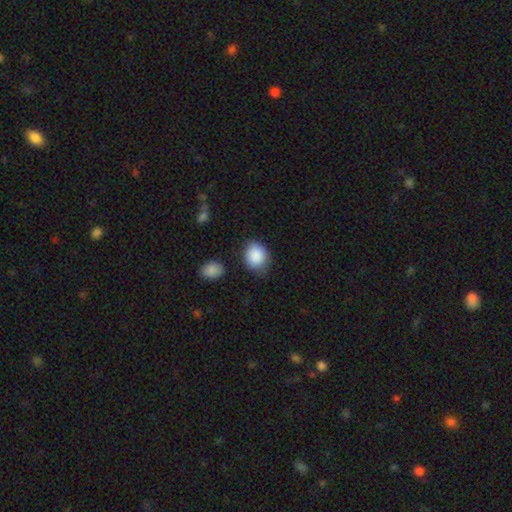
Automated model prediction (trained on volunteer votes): smooth-or-featured: smooth: 89% | star or artifact: 7% | featured or disk: 4%
  how-rounded: round: 66% | in between: 33% | cigar-shaped: 1%
  merging: none: 73% | minor disturbance: 19% | major disturbance: 5% | merger: 3%